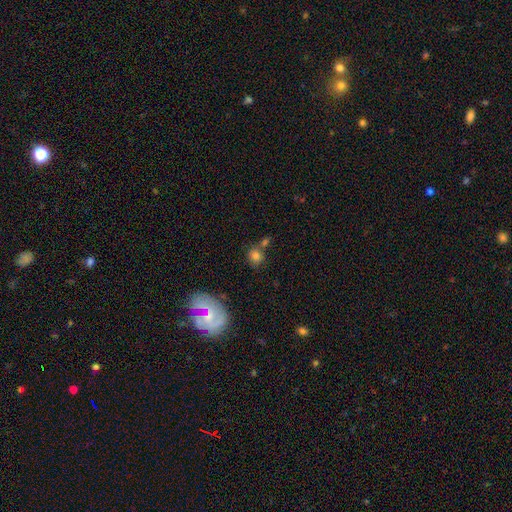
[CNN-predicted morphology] smooth-or-featured: smooth: 78% | star or artifact: 12% | featured or disk: 10%
  how-rounded: round: 78% | in between: 20% | cigar-shaped: 1%
  merging: none: 62% | merger: 21% | minor disturbance: 12% | major disturbance: 5%